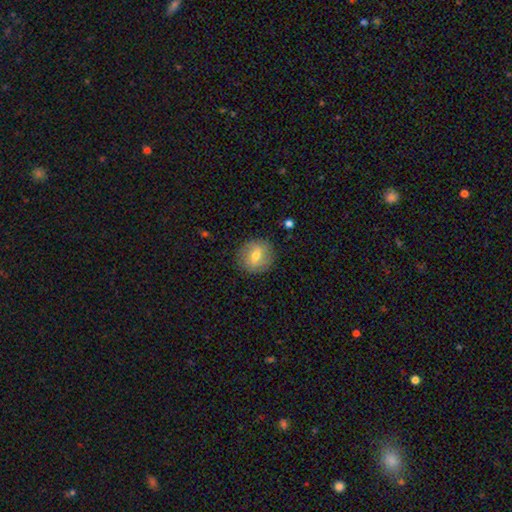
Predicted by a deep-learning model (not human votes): Q: Smooth or featured?
A: smooth (59%); runner-up: featured or disk (32%)
Q: How rounded?
A: round (85%); runner-up: in between (14%)
Q: Merging?
A: none (85%); runner-up: minor disturbance (10%)